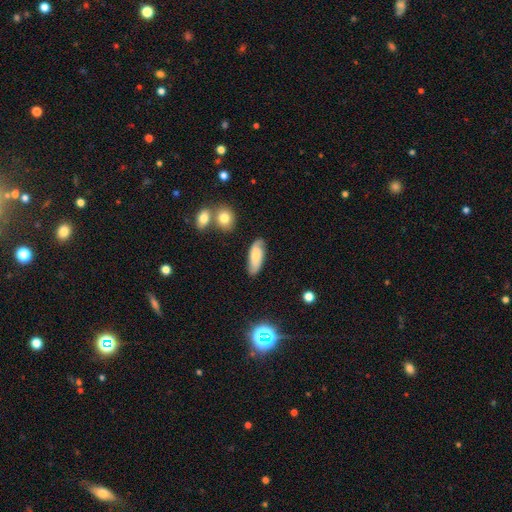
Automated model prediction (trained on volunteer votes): Smooth or featured? smooth (50%)
How rounded? in between (76%)
Merging? none (73%)